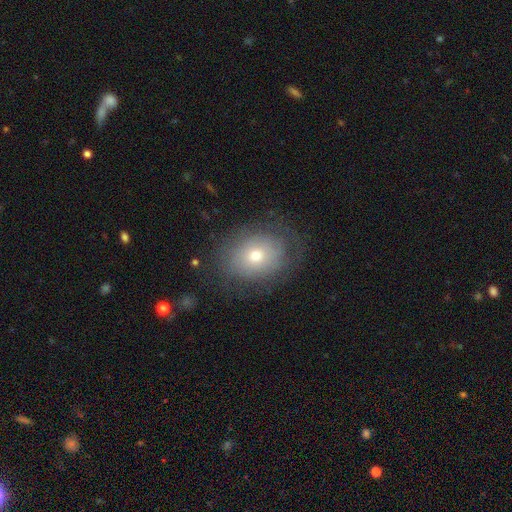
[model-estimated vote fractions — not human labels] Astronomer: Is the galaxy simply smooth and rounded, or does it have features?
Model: smooth — 61%.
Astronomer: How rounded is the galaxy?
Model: in between — 56% (runner-up: round, 43%).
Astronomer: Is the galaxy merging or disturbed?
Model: none — 71%.